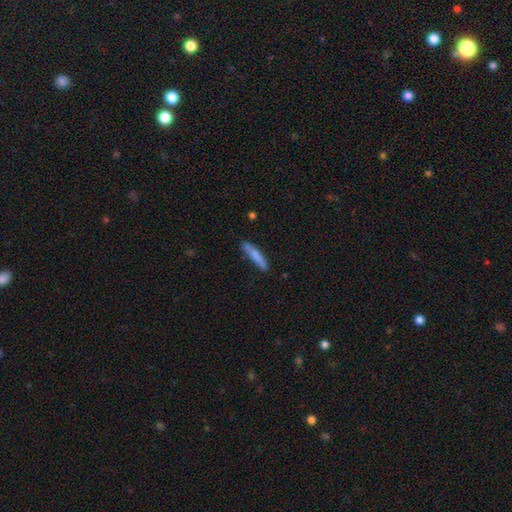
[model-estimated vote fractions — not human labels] The model was most divided on "smooth or featured": smooth: 74%, featured or disk: 20%, star or artifact: 6%. More confident: how rounded — cigar-shaped (92%); merging — none (79%).